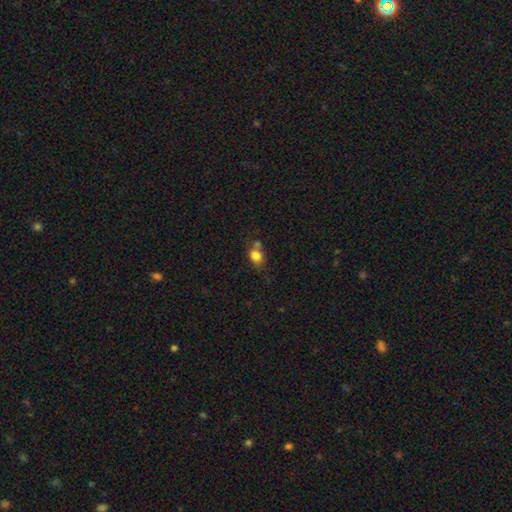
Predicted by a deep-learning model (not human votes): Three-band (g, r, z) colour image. It shows a smooth galaxy with no disk features (81%) that is in between round and cigar-shaped (53%). Merging: none (48%).